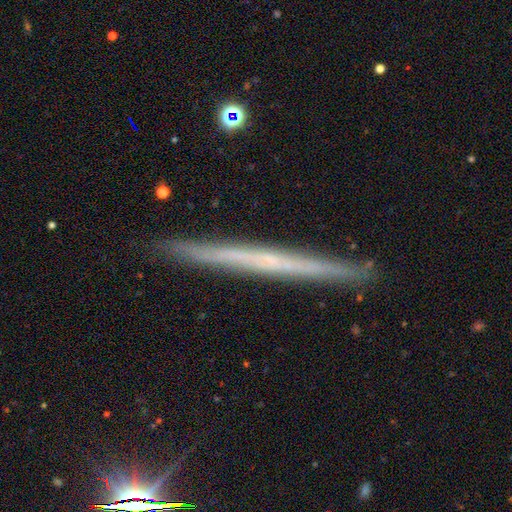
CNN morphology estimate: Smooth or featured?
  - featured or disk: 63% *
  - smooth: 28%
  - star or artifact: 9%
Edge-on disk?
  - yes: 98% *
  - no: 2%
Edge-on bulge?
  - none: 86% *
  - rounded: 10%
  - boxy: 3%
Merging?
  - none: 91% *
  - minor disturbance: 6%
  - major disturbance: 1%
  - merger: 1%